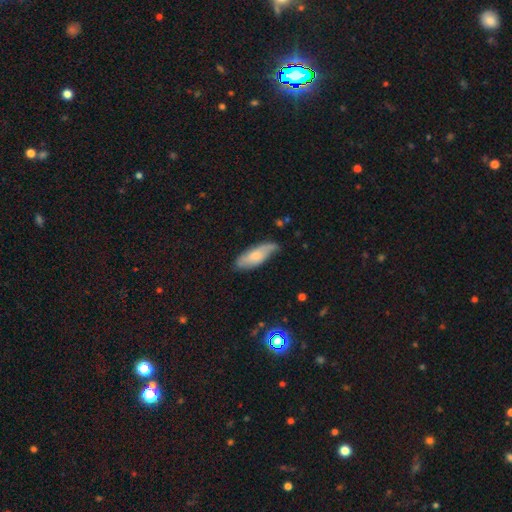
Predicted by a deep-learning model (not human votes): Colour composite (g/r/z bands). It shows a smooth galaxy with no disk features (57%) that is in between round and cigar-shaped (69%). Merging: none (61%).